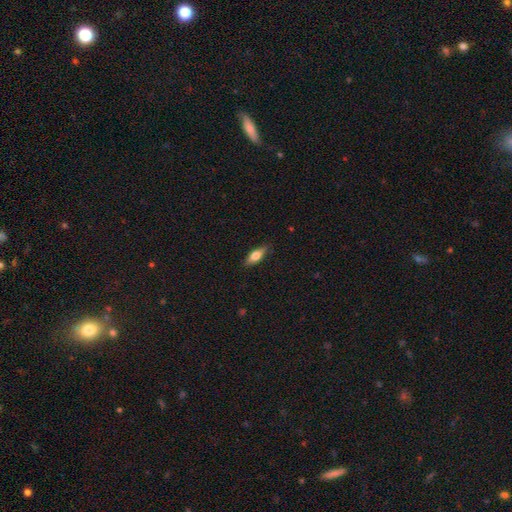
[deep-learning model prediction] Smooth or featured? smooth (66%)
How rounded? in between (62%)
Merging? none (85%)